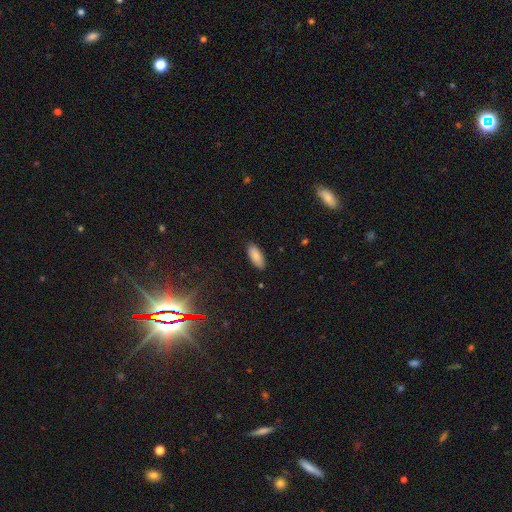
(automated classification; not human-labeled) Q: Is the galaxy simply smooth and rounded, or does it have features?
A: smooth — 86%.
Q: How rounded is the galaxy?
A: in between — 84%.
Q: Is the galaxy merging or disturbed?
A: none — 86%.